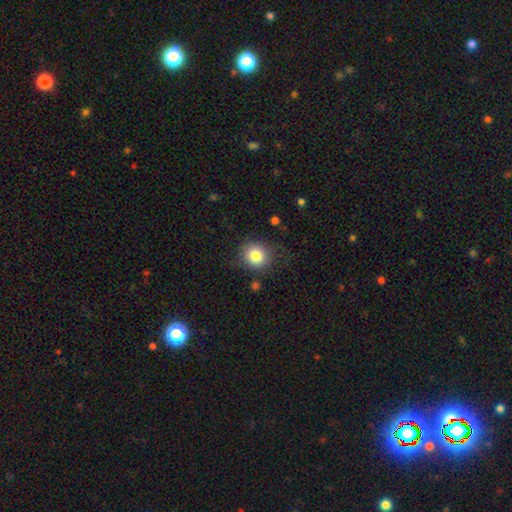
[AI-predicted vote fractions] A smooth galaxy with no disk features (82%) that is round (85%). Merging: none (79%).